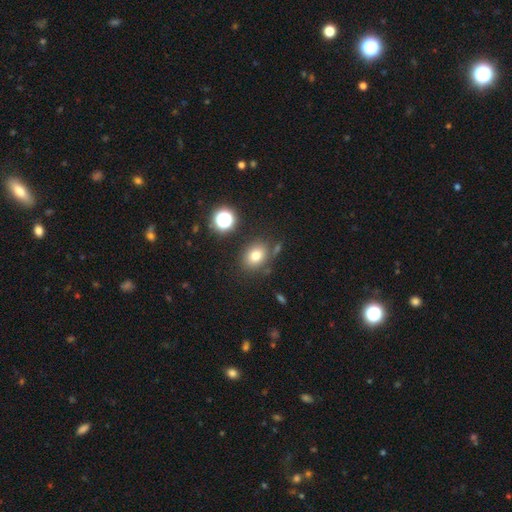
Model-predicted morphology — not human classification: This is likely a smooth galaxy (76%). How rounded: possibly in between (57%). Merging: likely none (77%).